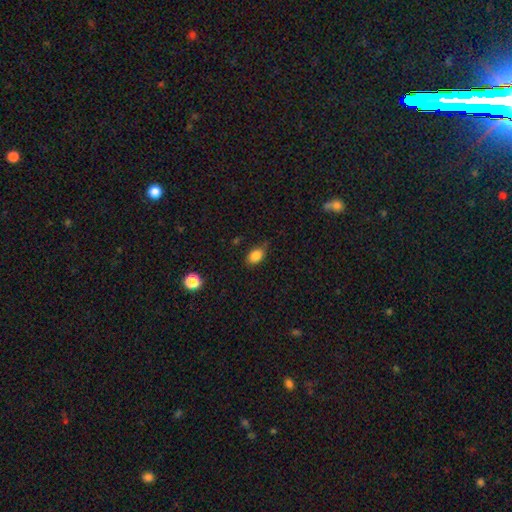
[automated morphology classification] smooth-or-featured: smooth: 86% | star or artifact: 9% | featured or disk: 5%
  how-rounded: in between: 85% | round: 13% | cigar-shaped: 2%
  merging: none: 72% | minor disturbance: 22% | major disturbance: 5% | merger: 1%